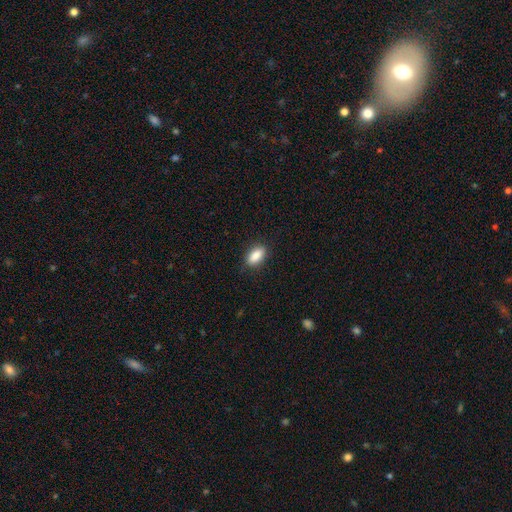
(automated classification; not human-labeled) smooth_or_featured: smooth (p=0.87) [alt: star or artifact p=0.07]
how_rounded: in between (p=0.87) [alt: cigar-shaped p=0.09]
merging: none (p=0.86) [alt: minor disturbance p=0.10]